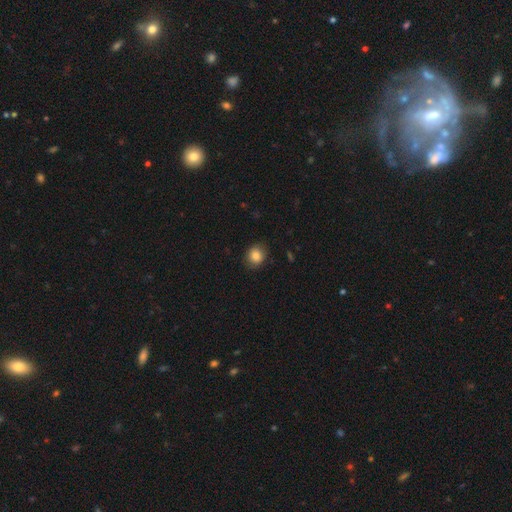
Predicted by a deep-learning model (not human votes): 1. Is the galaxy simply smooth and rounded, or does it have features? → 83% smooth, 9% star or artifact, 7% featured or disk.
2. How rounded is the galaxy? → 69% round, 30% in between, 1% cigar-shaped.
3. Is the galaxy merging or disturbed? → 85% none, 12% minor disturbance, 3% major disturbance, 1% merger.